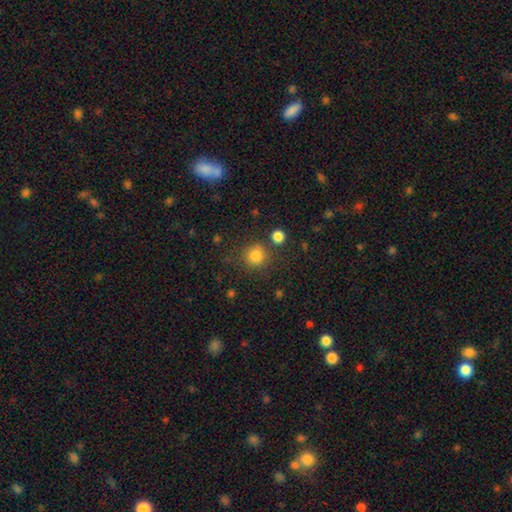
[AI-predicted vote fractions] A smooth galaxy with no disk features (82%) that is round (91%). Merging: none (78%).